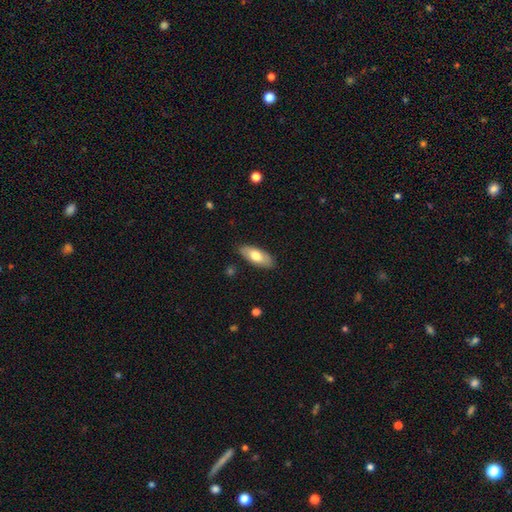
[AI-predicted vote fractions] smooth_or_featured: smooth (p=0.71) [alt: featured or disk p=0.24]
how_rounded: in between (p=0.84) [alt: cigar-shaped p=0.14]
merging: none (p=0.85) [alt: minor disturbance p=0.11]